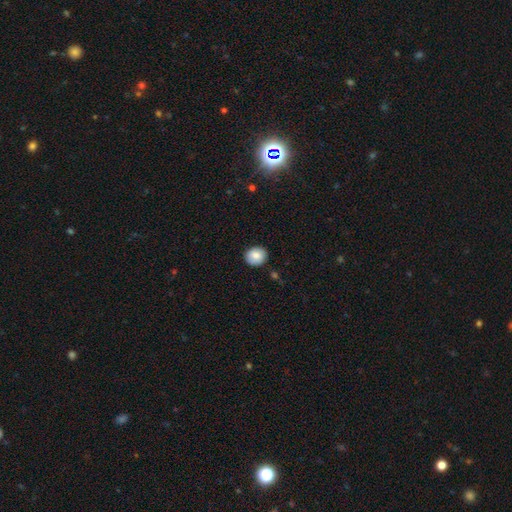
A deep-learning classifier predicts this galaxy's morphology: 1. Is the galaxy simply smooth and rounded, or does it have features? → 83% smooth, 10% featured or disk, 8% star or artifact.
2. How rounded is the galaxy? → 74% round, 25% in between, 1% cigar-shaped.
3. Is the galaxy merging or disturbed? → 87% none, 9% minor disturbance, 2% major disturbance, 2% merger.